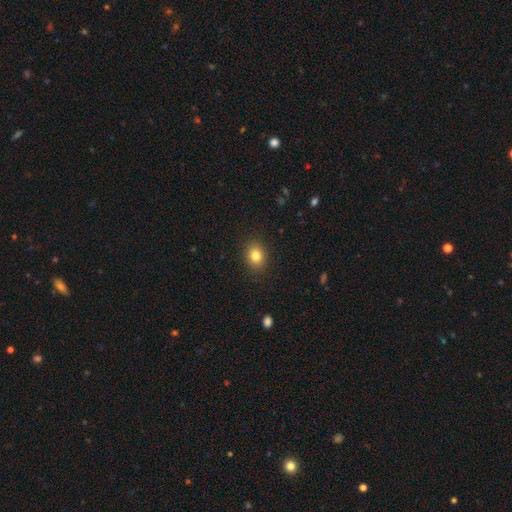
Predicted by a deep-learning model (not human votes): A smooth galaxy with no disk features (82%) that is in between round and cigar-shaped (51%). Merging: none (88%).